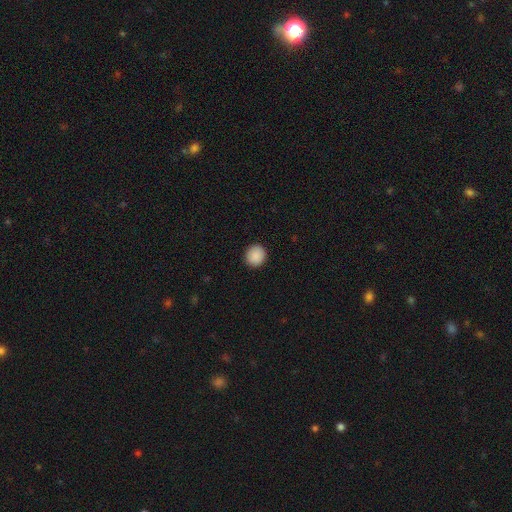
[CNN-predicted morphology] A smooth galaxy with no disk features (90%) that is round (91%). Merging: none (92%).